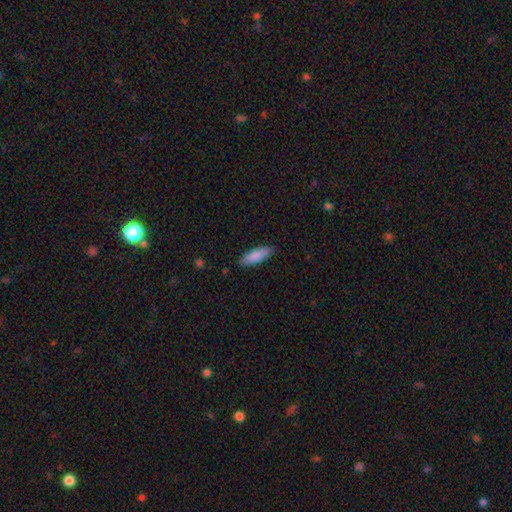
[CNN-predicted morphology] A smooth galaxy with no disk features (86%) that is cigar-shaped (50%).

Vote fractions:
- Smooth or featured? smooth: 86% / featured or disk: 9% / star or artifact: 5%
- How rounded? cigar-shaped: 50% / in between: 48% / round: 2%
- Merging? none: 87% / minor disturbance: 10% / major disturbance: 2% / merger: 1%